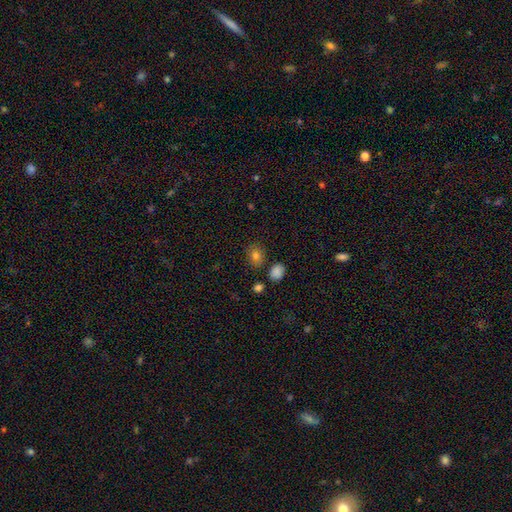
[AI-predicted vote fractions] smooth-or-featured: smooth: 81% | star or artifact: 12% | featured or disk: 7%
  how-rounded: round: 52% | in between: 47% | cigar-shaped: 1%
  merging: none: 80% | minor disturbance: 12% | merger: 5% | major disturbance: 3%